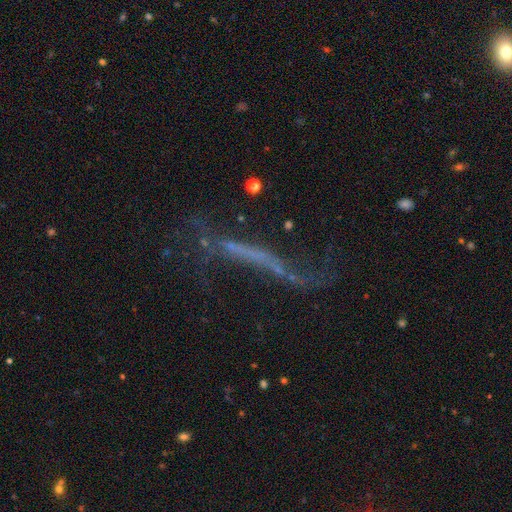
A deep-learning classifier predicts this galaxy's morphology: smooth_or_featured: featured or disk (p=0.59) [alt: smooth p=0.23]
disk_edge_on: no (p=0.53) [alt: yes p=0.47]
merging: none (p=0.39) [alt: major disturbance p=0.34]